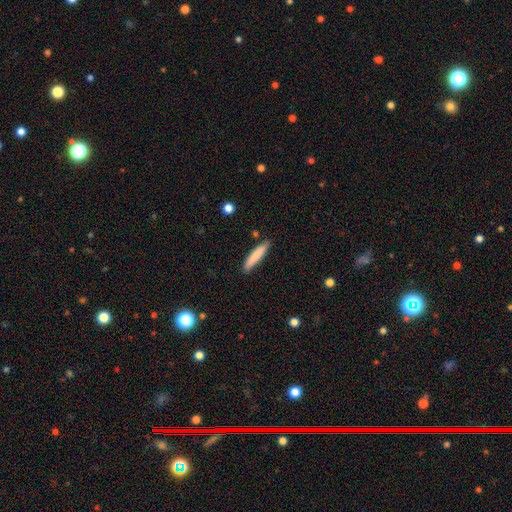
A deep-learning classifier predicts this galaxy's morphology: A smooth galaxy with no disk features (81%) that is cigar-shaped (89%).

Vote fractions:
- Smooth or featured? smooth: 81% / featured or disk: 13% / star or artifact: 6%
- How rounded? cigar-shaped: 89% / in between: 10% / round: 1%
- Merging? none: 85% / minor disturbance: 11% / merger: 2% / major disturbance: 2%